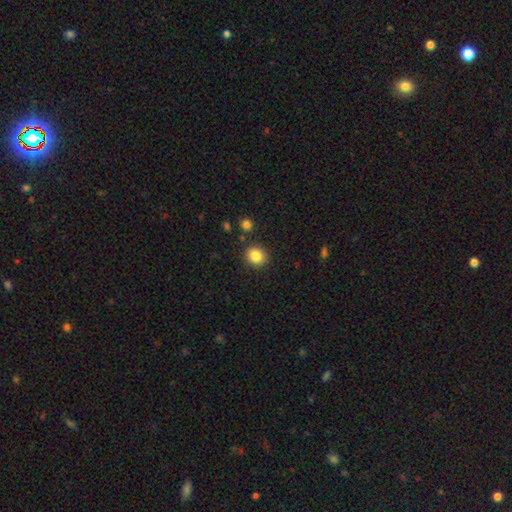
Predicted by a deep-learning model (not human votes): Smooth or featured?
  - smooth: 85% *
  - star or artifact: 10%
  - featured or disk: 5%
How rounded?
  - round: 78% *
  - in between: 21%
  - cigar-shaped: 1%
Merging?
  - none: 88% *
  - minor disturbance: 7%
  - merger: 3%
  - major disturbance: 2%